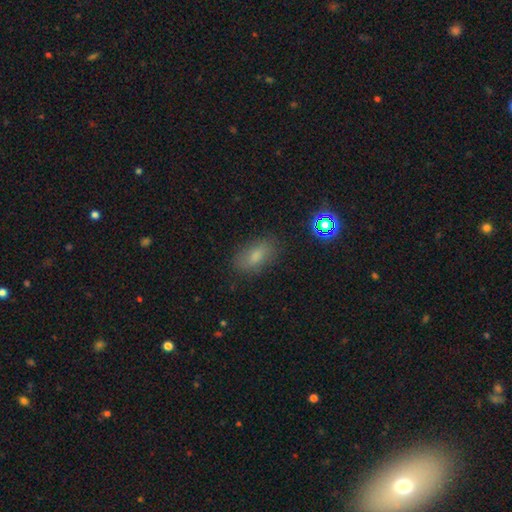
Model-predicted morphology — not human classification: This is likely a smooth galaxy (75%). How rounded: clearly in between (86%). Merging: likely none (80%).